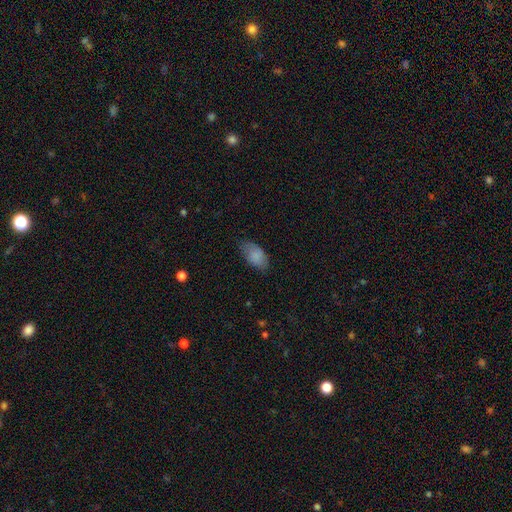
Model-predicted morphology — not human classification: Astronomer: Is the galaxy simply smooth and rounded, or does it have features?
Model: smooth — 86%.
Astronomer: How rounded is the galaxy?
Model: in between — 93%.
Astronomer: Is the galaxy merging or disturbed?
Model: none — 71%.